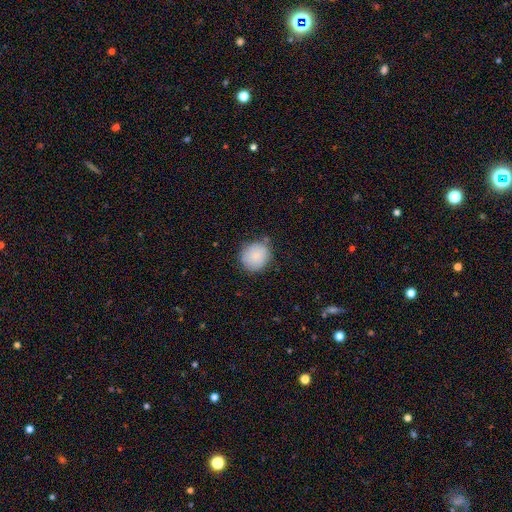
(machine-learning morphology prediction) Smooth or featured? smooth (83%)
How rounded? round (86%)
Merging? none (71%)